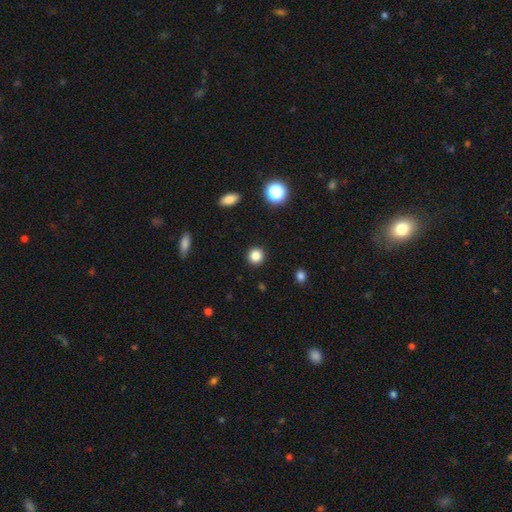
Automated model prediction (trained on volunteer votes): Q: Smooth or featured?
A: smooth (84%); runner-up: star or artifact (12%)
Q: How rounded?
A: round (92%); runner-up: in between (7%)
Q: Merging?
A: none (92%); runner-up: minor disturbance (5%)